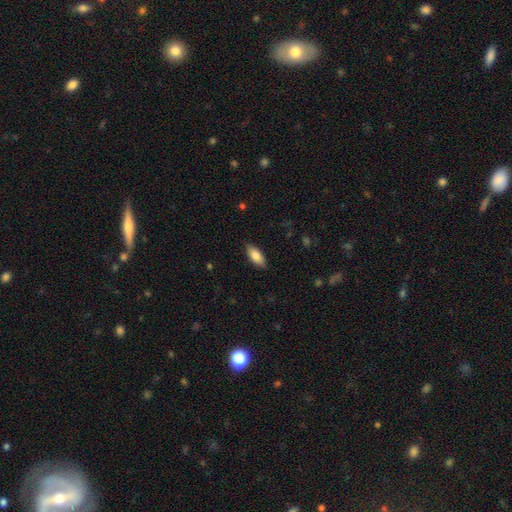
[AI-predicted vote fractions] Smooth or featured? Predicted: smooth (p=0.84). How rounded? Predicted: in between (p=0.83). Merging? Predicted: none (p=0.86).